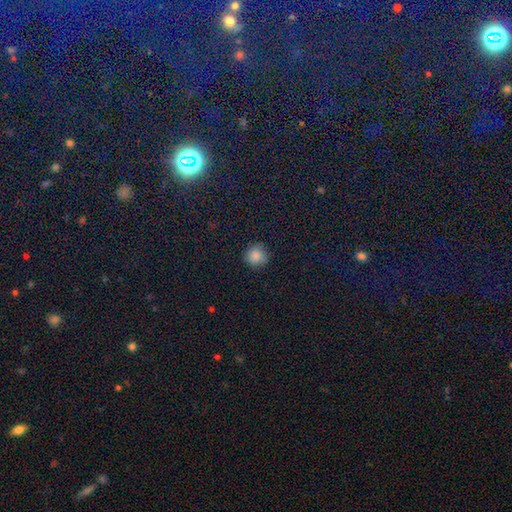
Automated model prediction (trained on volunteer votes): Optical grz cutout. It shows a smooth galaxy with no disk features (86%) that is round (93%). Merging: none (87%).